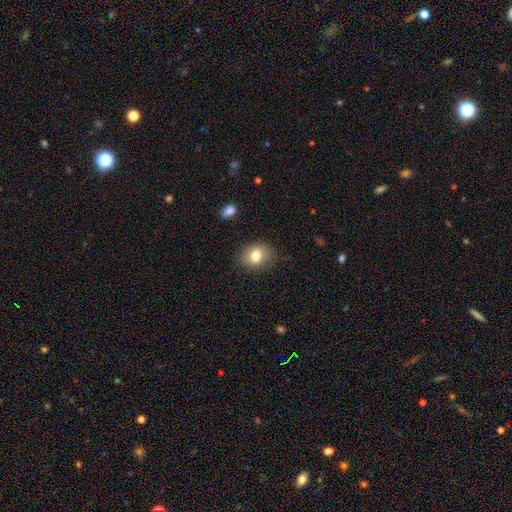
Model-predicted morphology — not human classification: This appears to be a smooth galaxy with no disk features (79%) that is round (57%). Merging: none (82%).